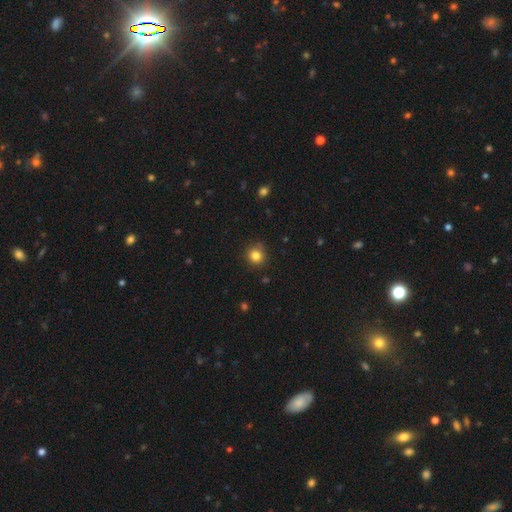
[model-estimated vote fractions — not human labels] Smooth or featured? Predicted: smooth (p=0.82). How rounded? Predicted: round (p=0.88). Merging? Predicted: none (p=0.84).